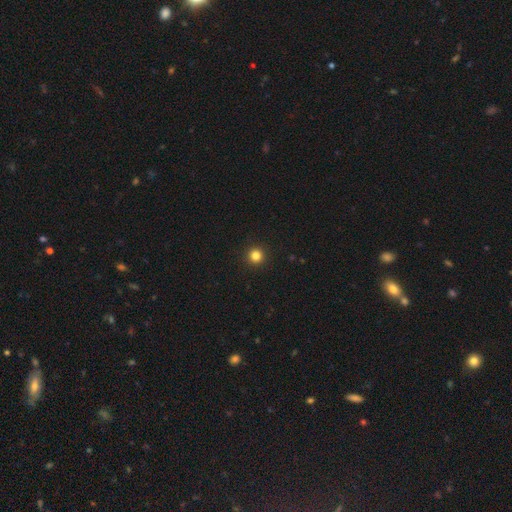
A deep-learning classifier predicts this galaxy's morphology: Smooth or featured: smooth — 83% (star or artifact — 13%)
How rounded: round — 96% (in between — 3%)
Merging: none — 94% (minor disturbance — 4%)